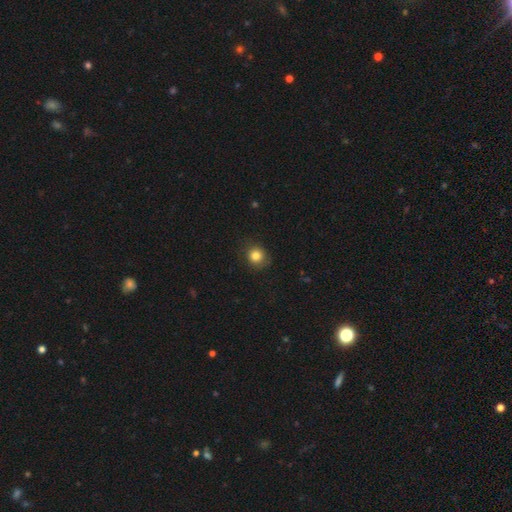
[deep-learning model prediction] Smooth or featured? Predicted: smooth (p=0.82). How rounded? Predicted: round (p=0.87). Merging? Predicted: none (p=0.78).